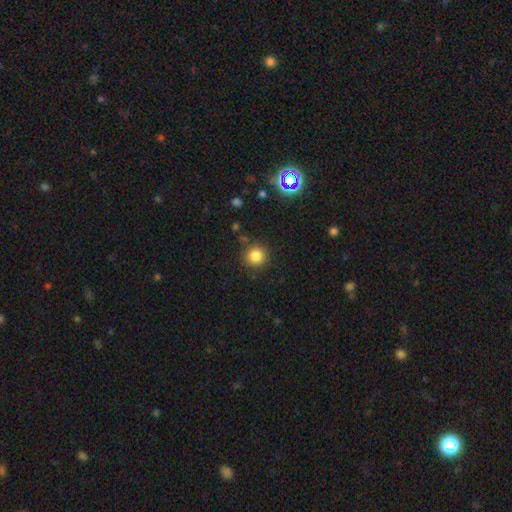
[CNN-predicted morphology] This is clearly a smooth galaxy (83%). How rounded: clearly round (93%). Merging: clearly none (85%).